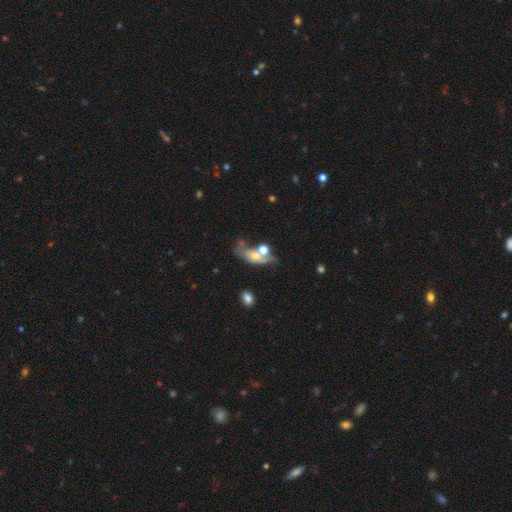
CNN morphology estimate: Smooth or featured? Predicted: smooth (p=0.44, tied with featured or disk). Merging? Predicted: merger (p=0.35).